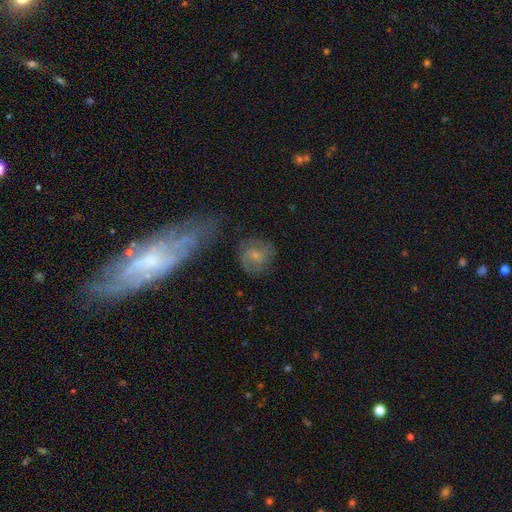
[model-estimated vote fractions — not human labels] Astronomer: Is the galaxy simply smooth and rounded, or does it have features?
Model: featured or disk — 53% (runner-up: smooth, 38%).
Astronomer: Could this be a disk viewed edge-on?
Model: no — 97%.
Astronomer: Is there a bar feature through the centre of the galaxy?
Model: no — 60%.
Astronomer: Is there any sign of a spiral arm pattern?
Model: yes — 84%.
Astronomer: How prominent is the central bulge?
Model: small — 57%.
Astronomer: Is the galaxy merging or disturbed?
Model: none — 67%.